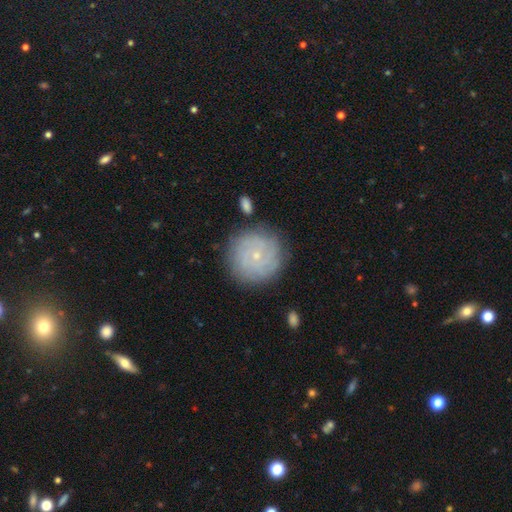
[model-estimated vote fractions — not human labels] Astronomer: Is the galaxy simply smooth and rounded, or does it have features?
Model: featured or disk — 63%.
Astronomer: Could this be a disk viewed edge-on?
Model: no — 98%.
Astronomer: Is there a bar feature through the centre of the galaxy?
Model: no — 82%.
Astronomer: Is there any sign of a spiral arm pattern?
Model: yes — 85%.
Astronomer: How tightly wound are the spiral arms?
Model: tight — 77%.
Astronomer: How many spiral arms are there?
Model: can't tell — 43%.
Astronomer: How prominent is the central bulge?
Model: small — 84%.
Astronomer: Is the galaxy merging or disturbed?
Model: none — 82%.